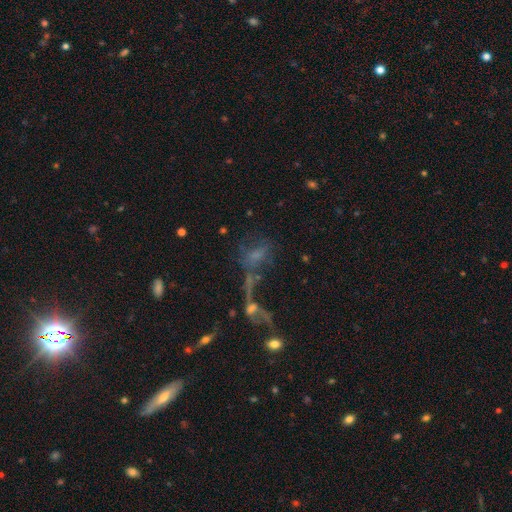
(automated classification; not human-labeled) Smooth or featured? Predicted: featured or disk (p=0.41). Merging? Predicted: merger (p=0.39).